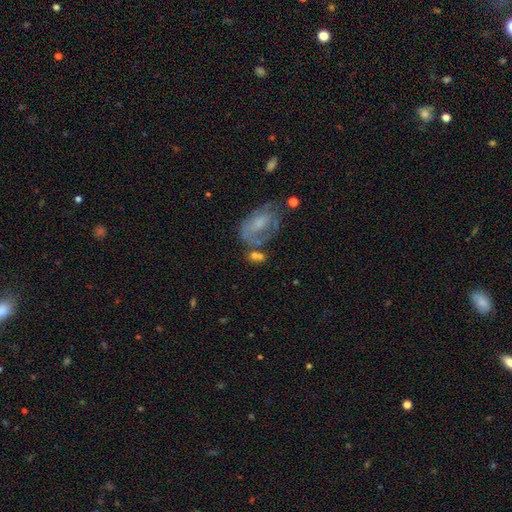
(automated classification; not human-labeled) The model was most divided on "smooth or featured": smooth: 51%, featured or disk: 37%, star or artifact: 12%. Remaining: how rounded — in between (71%); merging — none (43%).